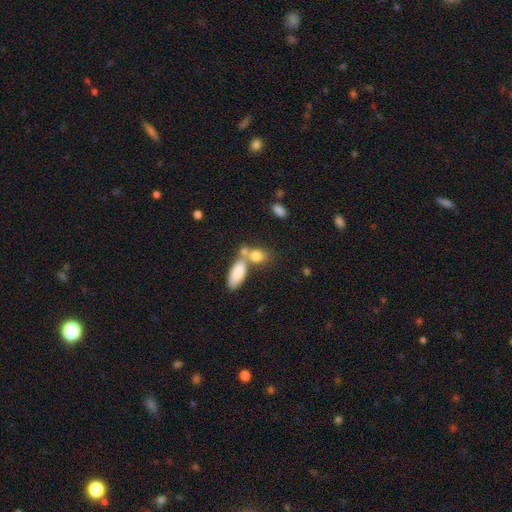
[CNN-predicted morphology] A smooth galaxy with no disk features (80%) that is in between round and cigar-shaped (70%). Merging: merger (50%).